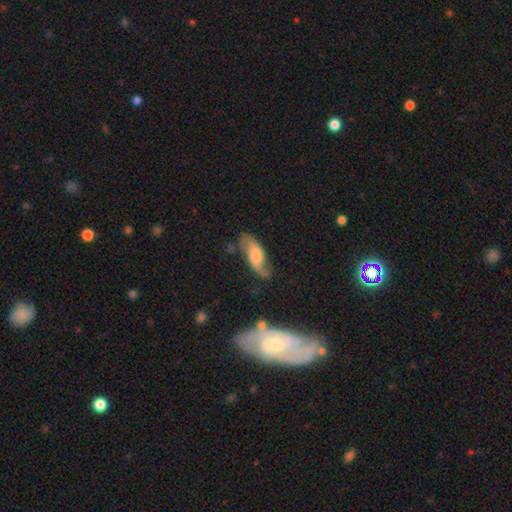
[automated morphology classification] A featured or disk galaxy (61%) with no bar (57%), spiral arms (90%) and a moderate central bulge (29%). Merging: none (56%).